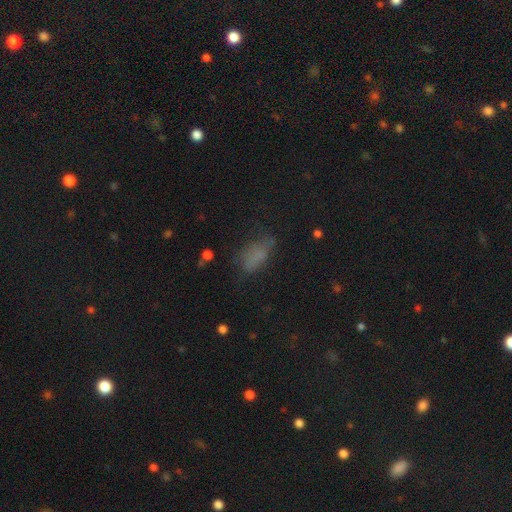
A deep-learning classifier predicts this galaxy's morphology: smooth-or-featured: smooth: 67% | star or artifact: 18% | featured or disk: 15%
  how-rounded: in between: 83% | cigar-shaped: 12% | round: 6%
  merging: none: 51% | minor disturbance: 27% | major disturbance: 19% | merger: 3%